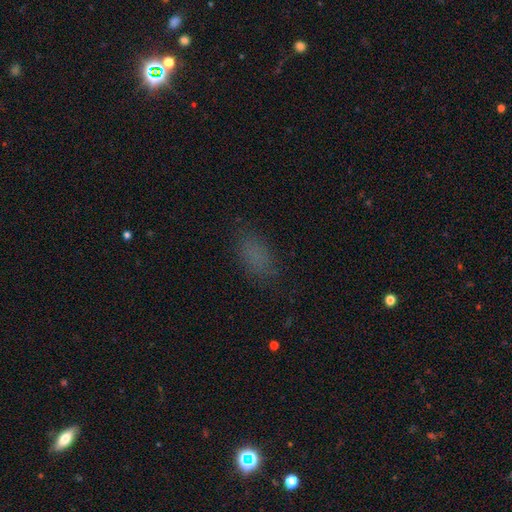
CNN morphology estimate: type=smooth (76%); roundness=in between (87%); merging=none (76%).